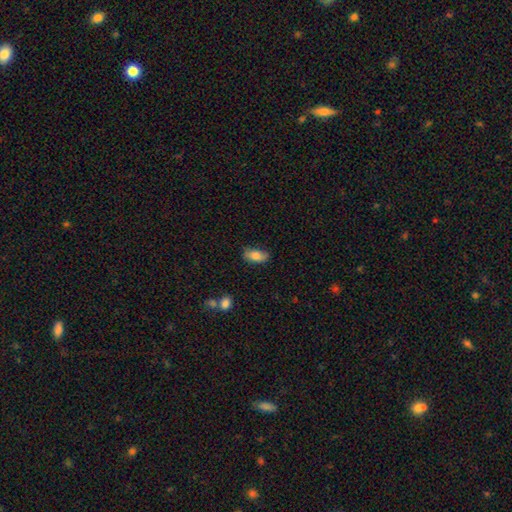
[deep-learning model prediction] Q: Smooth or featured?
A: smooth (81%); runner-up: featured or disk (12%)
Q: How rounded?
A: in between (88%); runner-up: cigar-shaped (8%)
Q: Merging?
A: none (75%); runner-up: minor disturbance (19%)